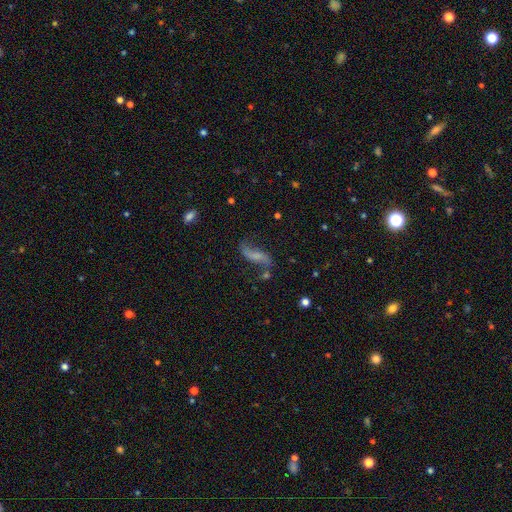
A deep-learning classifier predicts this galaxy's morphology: Overall: featured or disk (72%). Edge-on disk: no (90%). Bar: no (49%; weak 34%). Spiral arms: yes (91%). Spiral arm count: 2 (91%). Spiral winding: loose (91%). Bulge size: none (45%; small 34%). Merging: none (62%).